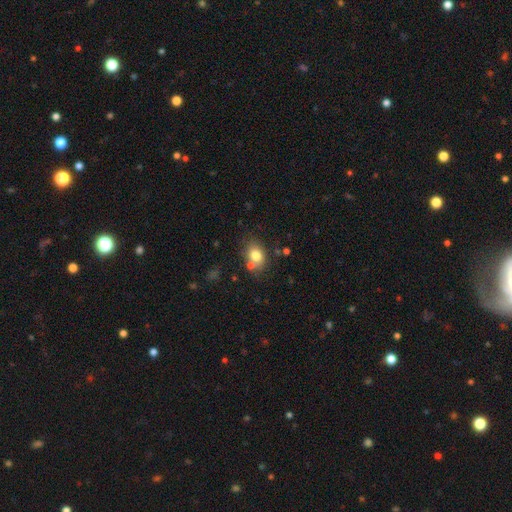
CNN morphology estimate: A smooth galaxy with no disk features (78%) that is in between round and cigar-shaped (59%).

Vote fractions:
- Smooth or featured? smooth: 78% / featured or disk: 12% / star or artifact: 10%
- How rounded? in between: 59% / round: 40% / cigar-shaped: 1%
- Merging? none: 65% / merger: 16% / minor disturbance: 14% / major disturbance: 5%